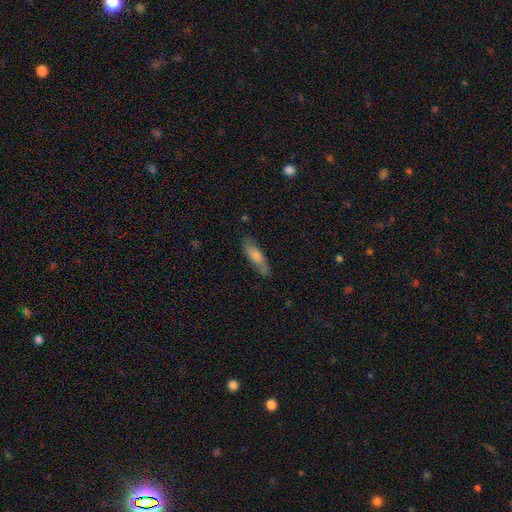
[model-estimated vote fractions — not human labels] smooth-or-featured: smooth: 66% | featured or disk: 28% | star or artifact: 6%
  how-rounded: cigar-shaped: 57% | in between: 41% | round: 2%
  merging: none: 75% | minor disturbance: 19% | major disturbance: 4% | merger: 2%